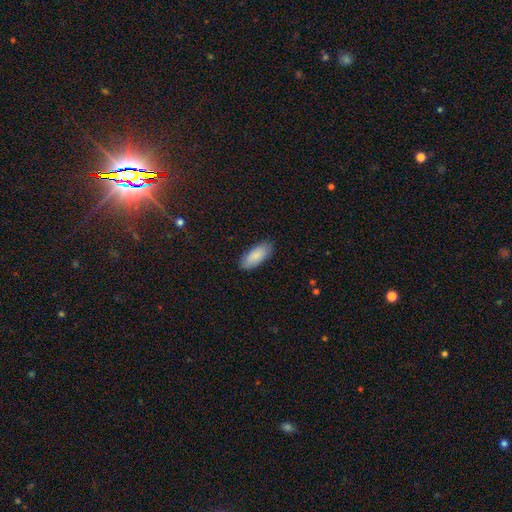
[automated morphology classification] The model was most divided on "how rounded": in between: 84%, cigar-shaped: 14%, round: 2%. More confident: smooth or featured — smooth (87%); merging — none (85%).